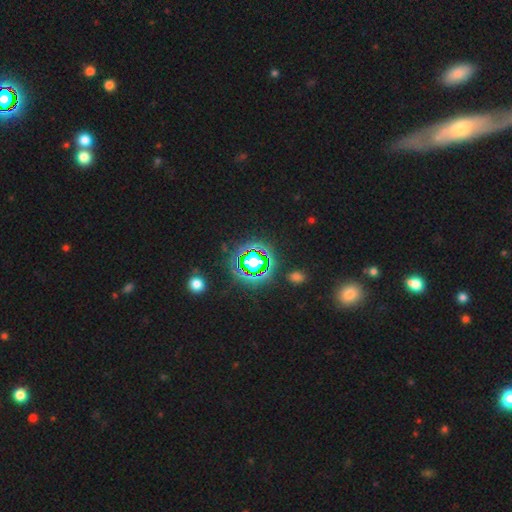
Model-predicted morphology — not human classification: Smooth or featured? Predicted: star or artifact (p=0.78).